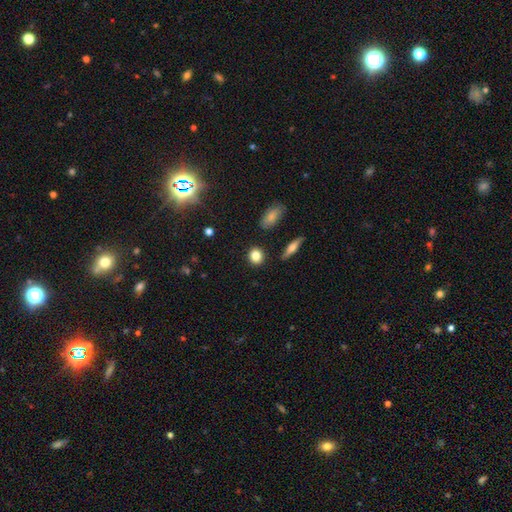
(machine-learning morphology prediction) This appears to be a smooth galaxy with no disk features (84%) that is round (78%). Merging: none (88%).